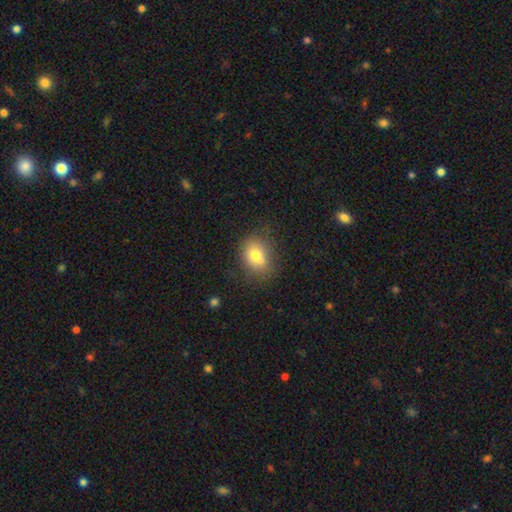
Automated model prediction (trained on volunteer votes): A smooth galaxy with no disk features (74%) that is round (52%).

Vote fractions:
- Smooth or featured? smooth: 74% / featured or disk: 15% / star or artifact: 12%
- How rounded? round: 52% / in between: 47% / cigar-shaped: 1%
- Merging? none: 62% / minor disturbance: 18% / merger: 14% / major disturbance: 6%